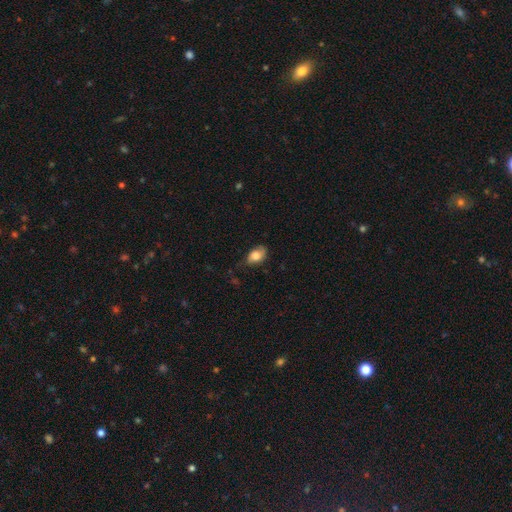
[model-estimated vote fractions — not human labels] A smooth galaxy with no disk features (77%) that is in between round and cigar-shaped (85%).

Vote fractions:
- Smooth or featured? smooth: 77% / featured or disk: 16% / star or artifact: 8%
- How rounded? in between: 85% / round: 13% / cigar-shaped: 2%
- Merging? none: 60% / minor disturbance: 31% / major disturbance: 8% / merger: 2%